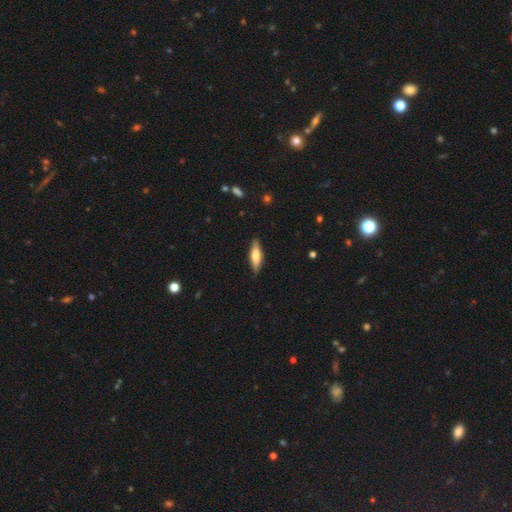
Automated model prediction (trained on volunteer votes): smooth-or-featured: smooth: 62% | featured or disk: 33% | star or artifact: 6%
  how-rounded: cigar-shaped: 63% | in between: 35% | round: 2%
  merging: none: 87% | minor disturbance: 10% | major disturbance: 2% | merger: 1%